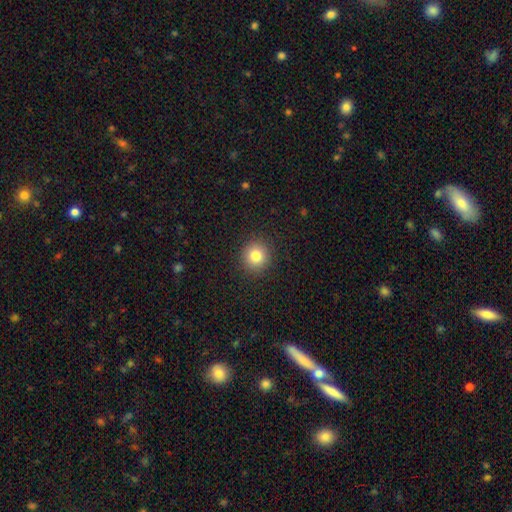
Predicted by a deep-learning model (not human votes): smooth_or_featured: smooth (p=0.82) [alt: star or artifact p=0.11]
how_rounded: round (p=0.91) [alt: in between p=0.08]
merging: none (p=0.91) [alt: minor disturbance p=0.06]